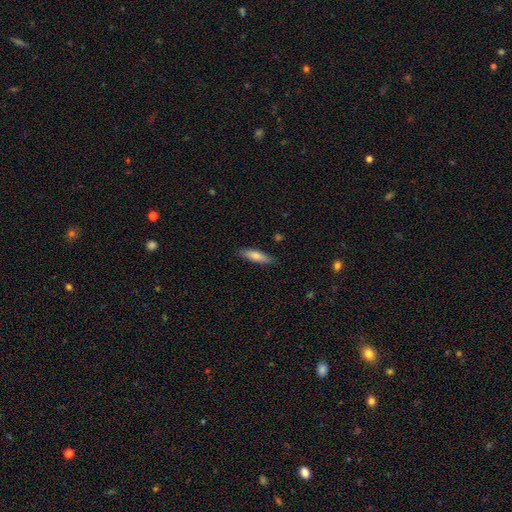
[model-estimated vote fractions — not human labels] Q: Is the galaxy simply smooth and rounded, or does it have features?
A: smooth — 71%.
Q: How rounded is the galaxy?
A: cigar-shaped — 67%.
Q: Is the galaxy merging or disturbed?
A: none — 87%.